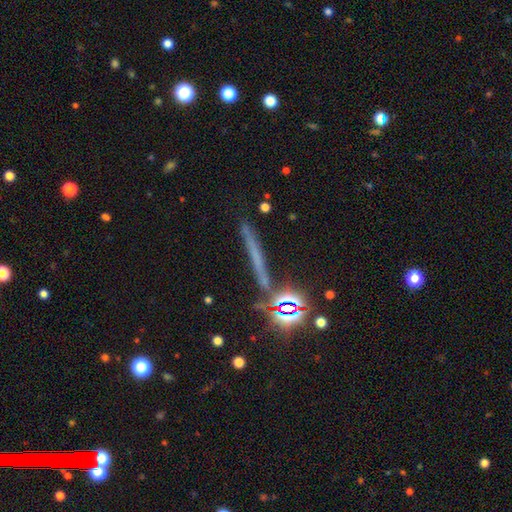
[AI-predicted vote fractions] Overall: smooth (39%; featured or disk 31%). Merging: none (81%).